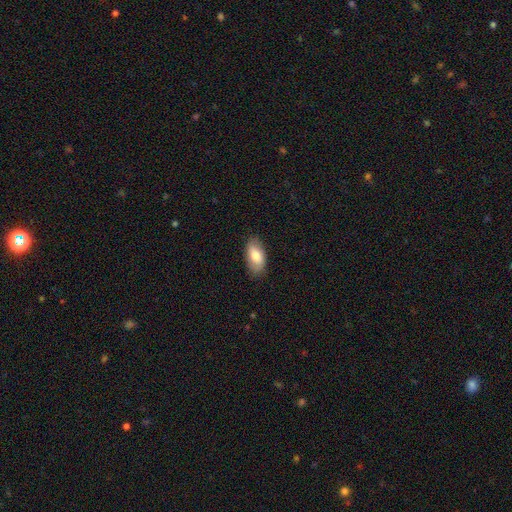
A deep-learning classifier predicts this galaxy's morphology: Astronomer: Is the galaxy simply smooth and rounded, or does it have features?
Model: smooth — 76%.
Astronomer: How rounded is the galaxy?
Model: in between — 92%.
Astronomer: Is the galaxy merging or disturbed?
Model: none — 83%.